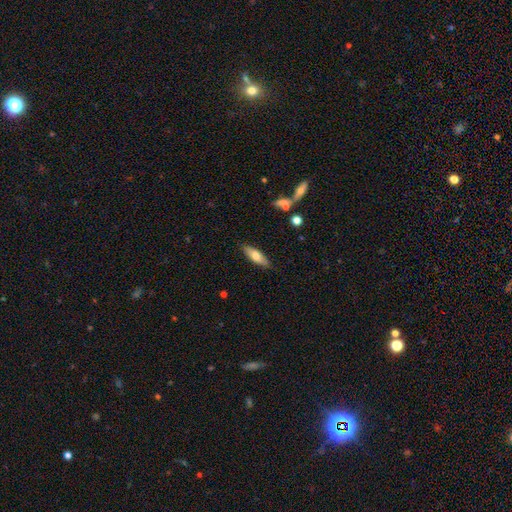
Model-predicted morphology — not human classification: smooth_or_featured: smooth (p=0.68) [alt: featured or disk p=0.26]
how_rounded: in between (p=0.53) [alt: cigar-shaped p=0.45]
merging: none (p=0.86) [alt: minor disturbance p=0.11]